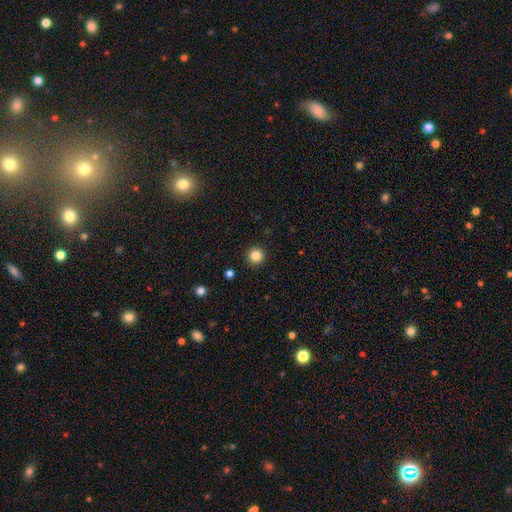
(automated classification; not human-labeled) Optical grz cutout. It shows a smooth galaxy with no disk features (84%) that is round (96%). Merging: none (93%).